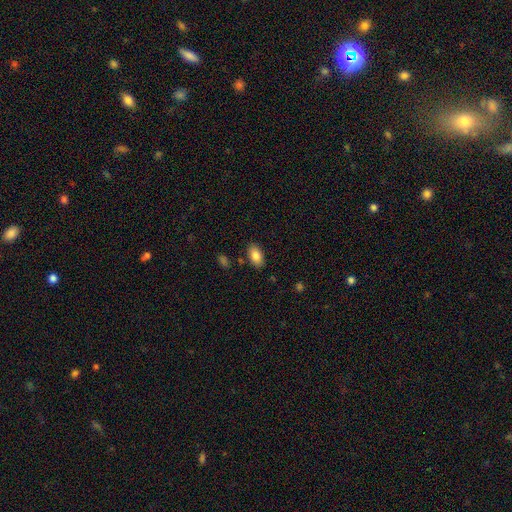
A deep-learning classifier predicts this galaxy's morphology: This appears to be a smooth galaxy with no disk features (85%) that is in between round and cigar-shaped (92%). Merging: none (85%).